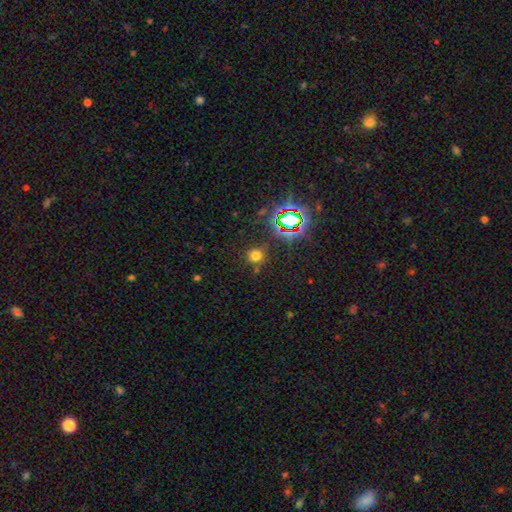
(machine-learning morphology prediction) A smooth galaxy with no disk features (65%) that is round (92%). Merging: none (82%).